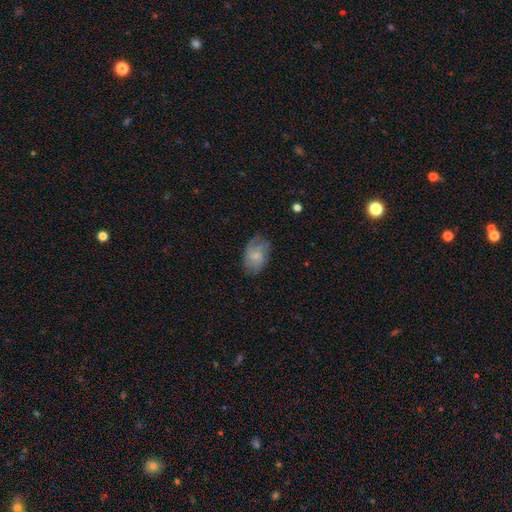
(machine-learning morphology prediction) smooth 57%, featured or disk 35%, star or artifact 8%. Down the decision tree: how rounded — in between (87%); merging — none (66%).